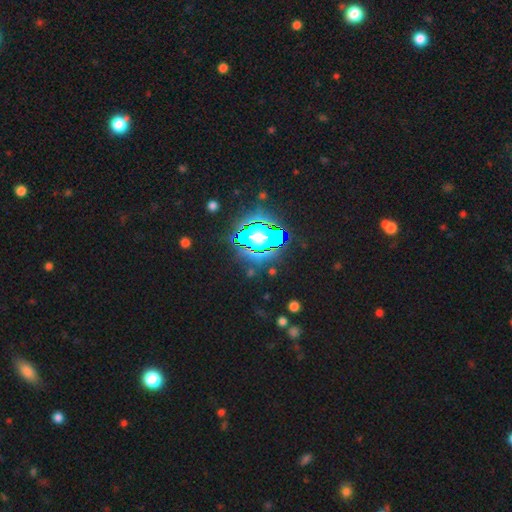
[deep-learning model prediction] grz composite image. It shows a star or artifact, not a galaxy (82%).